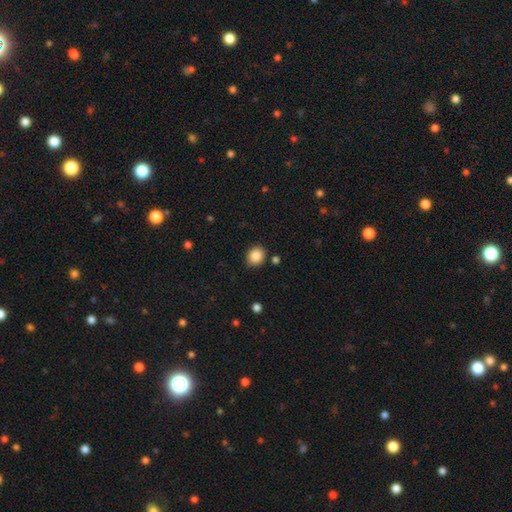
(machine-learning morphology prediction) Smooth or featured?
  - smooth: 86% *
  - star or artifact: 9%
  - featured or disk: 5%
How rounded?
  - round: 66% *
  - in between: 33%
  - cigar-shaped: 1%
Merging?
  - none: 87% *
  - minor disturbance: 9%
  - merger: 3%
  - major disturbance: 2%